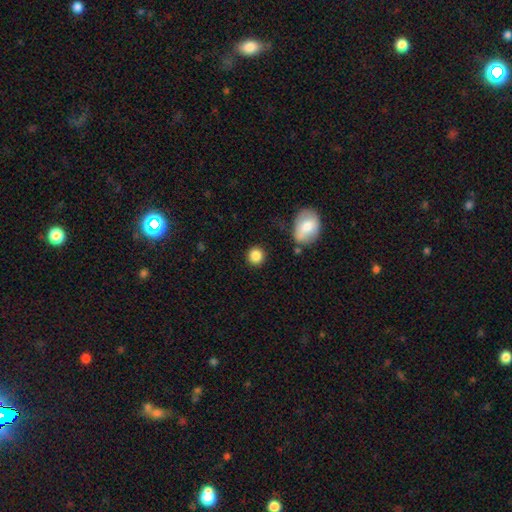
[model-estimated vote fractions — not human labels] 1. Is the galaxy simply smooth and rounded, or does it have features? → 87% smooth, 9% star or artifact, 4% featured or disk.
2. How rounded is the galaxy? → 90% round, 9% in between, 1% cigar-shaped.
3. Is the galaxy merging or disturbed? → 87% none, 7% minor disturbance, 3% merger, 3% major disturbance.